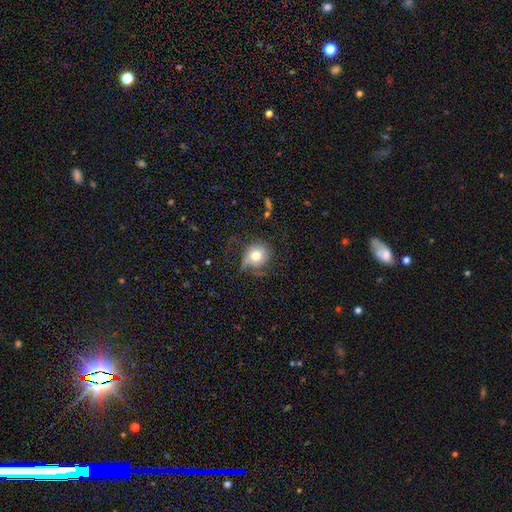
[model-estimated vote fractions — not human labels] Morphology: type=smooth (69%); roundness=round (82%); merging=none (55%).